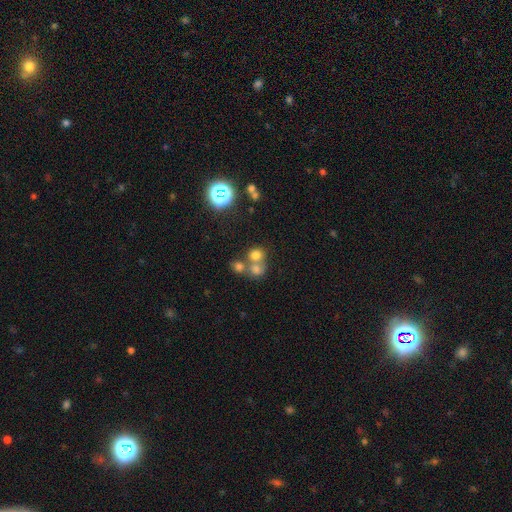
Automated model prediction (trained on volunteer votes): smooth-or-featured: smooth: 66% | star or artifact: 22% | featured or disk: 12%
  how-rounded: round: 84% | in between: 15% | cigar-shaped: 1%
  merging: none: 47% | merger: 42% | minor disturbance: 7% | major disturbance: 4%